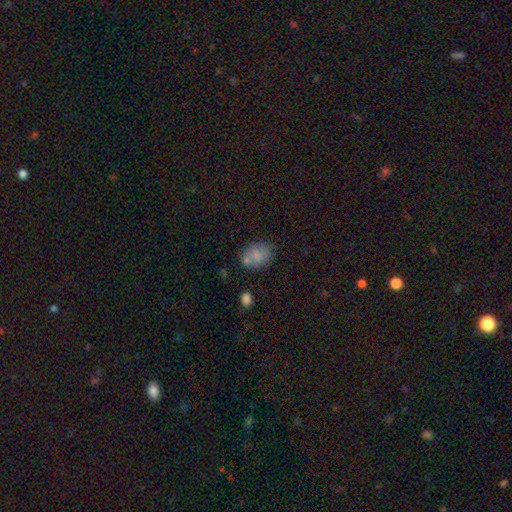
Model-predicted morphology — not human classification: This is likely a smooth galaxy (77%). How rounded: likely in between (66%). Merging: likely none (62%).